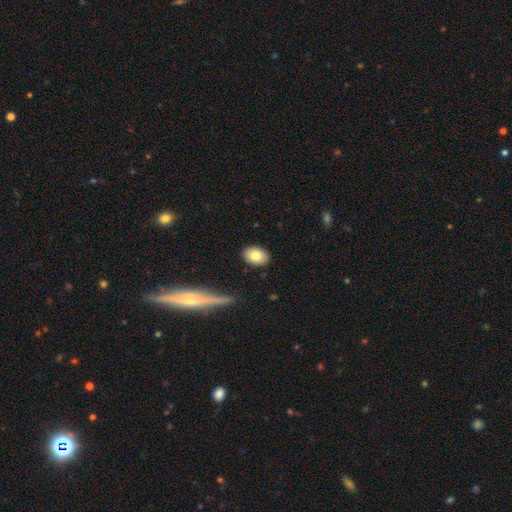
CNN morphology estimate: type=smooth (80%); roundness=in between (87%); merging=none (88%).